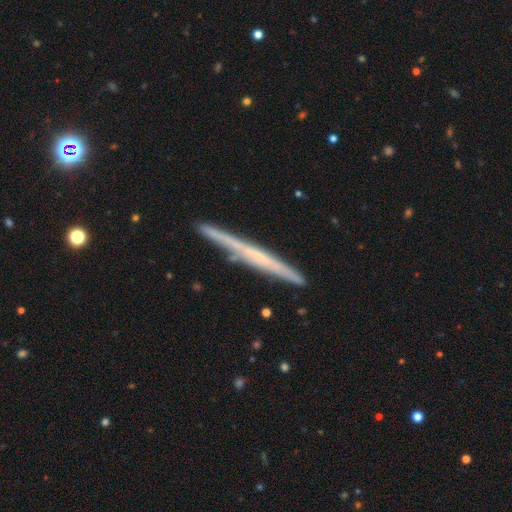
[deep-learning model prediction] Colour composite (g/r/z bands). It shows a featured or disk galaxy (64%) viewed edge-on (97%) with no central bulge (75%). Merging: none (87%).